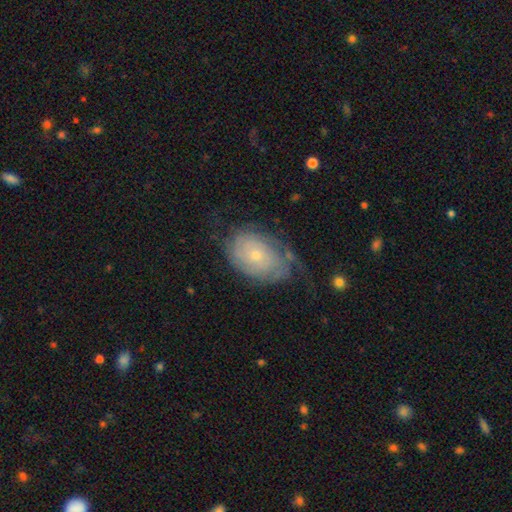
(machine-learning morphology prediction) This appears to be a featured or disk galaxy (67%) with no bar (83%), tight (68%) spiral arms (83%) and a small central bulge (68%). Merging: none (54%).